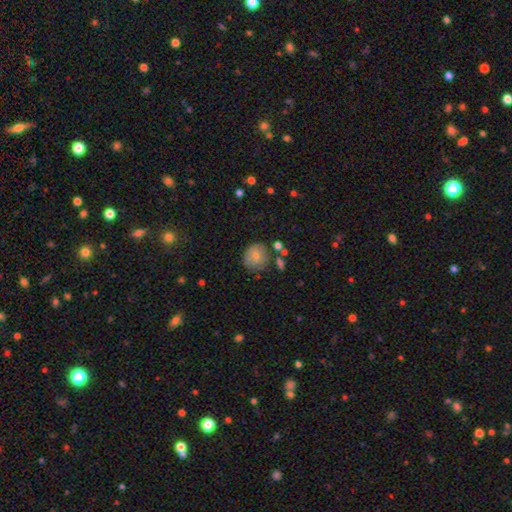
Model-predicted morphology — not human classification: This is likely a smooth galaxy (73%). How rounded: clearly round (83%). Merging: likely none (69%).